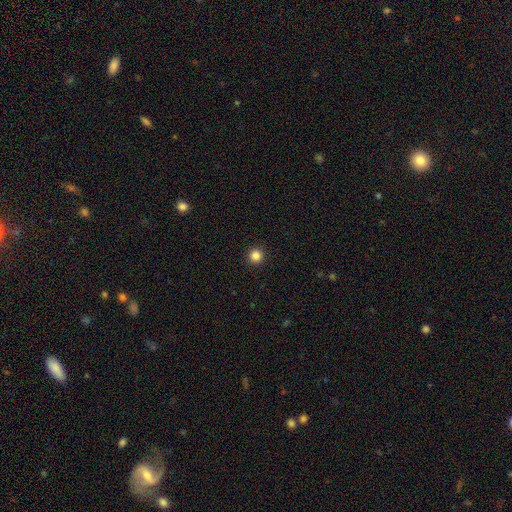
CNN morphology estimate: Smooth or featured?
  - smooth: 85% *
  - star or artifact: 12%
  - featured or disk: 3%
How rounded?
  - round: 96% *
  - in between: 3%
  - cigar-shaped: 1%
Merging?
  - none: 94% *
  - minor disturbance: 4%
  - major disturbance: 2%
  - merger: 1%